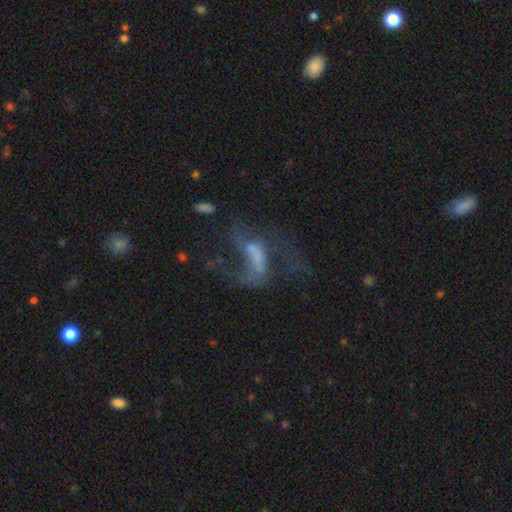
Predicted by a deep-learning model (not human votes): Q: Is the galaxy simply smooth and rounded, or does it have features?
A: featured or disk — 66%.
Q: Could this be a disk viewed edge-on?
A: no — 95%.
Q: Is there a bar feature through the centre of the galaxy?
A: no — 40%.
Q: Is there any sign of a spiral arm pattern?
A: yes — 68%.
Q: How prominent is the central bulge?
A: none — 44%.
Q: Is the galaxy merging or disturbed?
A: major disturbance — 50%.